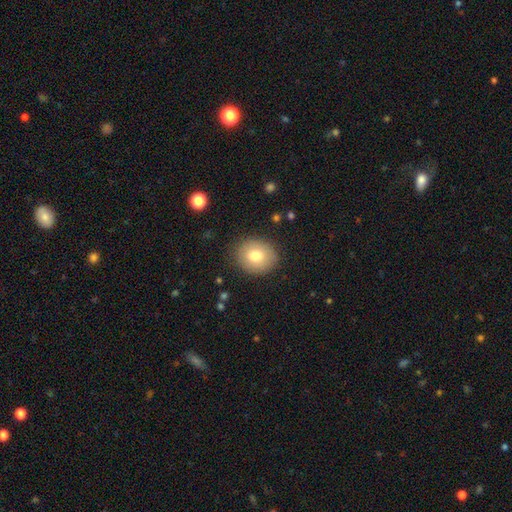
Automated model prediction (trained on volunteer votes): Smooth or featured? smooth (76%)
How rounded? round (65%)
Merging? none (86%)